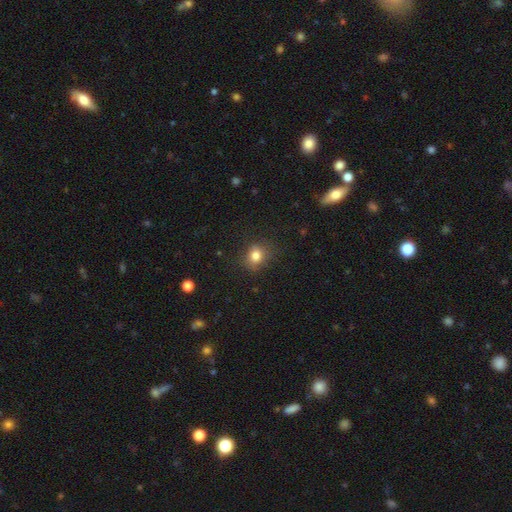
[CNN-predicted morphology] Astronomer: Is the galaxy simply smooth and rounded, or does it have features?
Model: smooth — 80%.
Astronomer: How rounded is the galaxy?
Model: round — 66%.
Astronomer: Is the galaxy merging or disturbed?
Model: none — 75%.